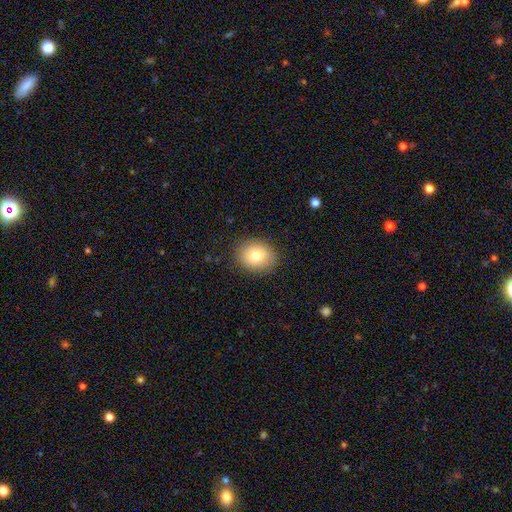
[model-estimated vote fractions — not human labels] A smooth galaxy with no disk features (79%) that is round (56%).

Vote fractions:
- Smooth or featured? smooth: 79% / featured or disk: 11% / star or artifact: 10%
- How rounded? round: 56% / in between: 43% / cigar-shaped: 1%
- Merging? none: 88% / minor disturbance: 9% / major disturbance: 3% / merger: 1%